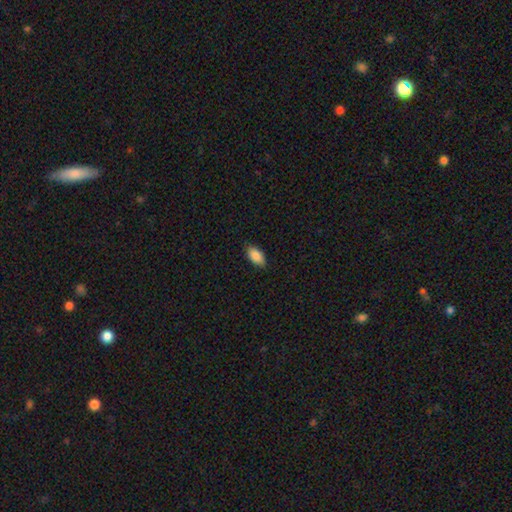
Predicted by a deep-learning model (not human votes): Morphology: type=smooth (88%); roundness=in between (93%); merging=none (86%).